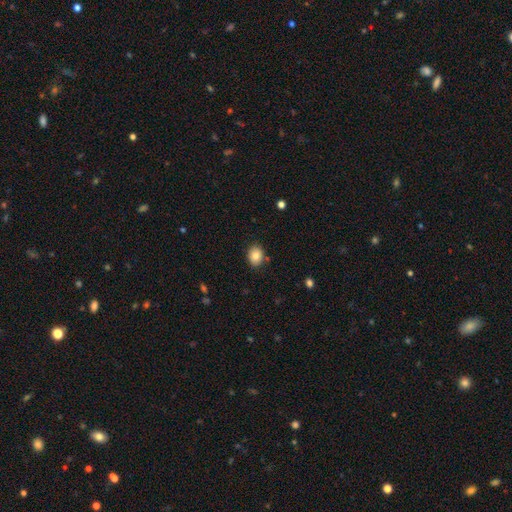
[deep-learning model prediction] smooth-or-featured: smooth: 83% | star or artifact: 9% | featured or disk: 8%
  how-rounded: in between: 54% | round: 46% | cigar-shaped: 1%
  merging: none: 85% | minor disturbance: 10% | merger: 2% | major disturbance: 2%